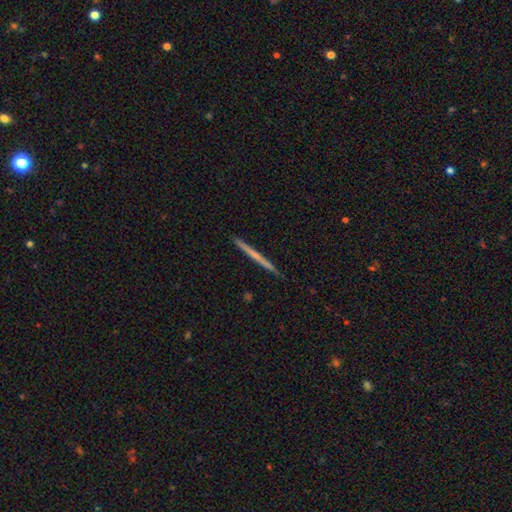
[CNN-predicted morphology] Overall: featured or disk (56%; smooth 38%). Edge-on disk: yes (98%). Edge-on bulge: none (80%). Merging: none (93%).